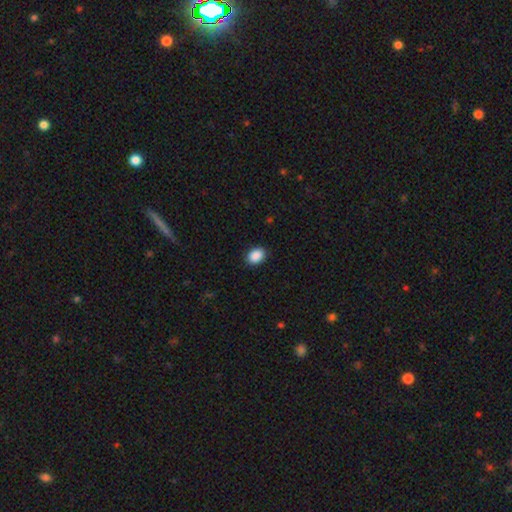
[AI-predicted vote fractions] The model was most divided on "how rounded": in between: 70%, round: 29%, cigar-shaped: 1%. More confident: merging — none (90%); smooth or featured — smooth (89%).